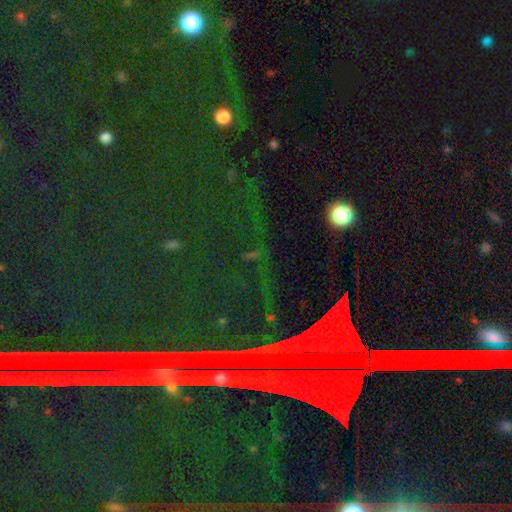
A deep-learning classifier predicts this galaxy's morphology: This is clearly a star or artifact rather than a galaxy (83%).